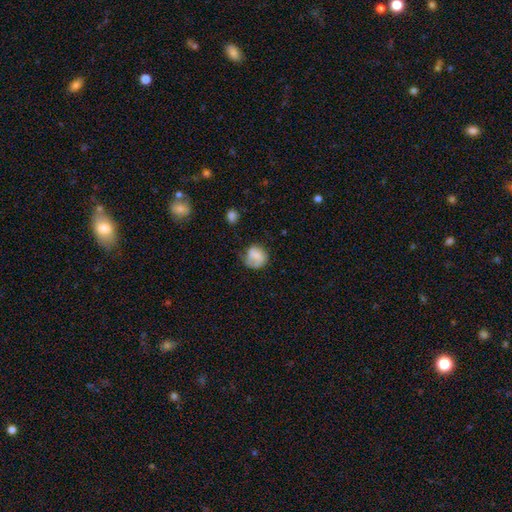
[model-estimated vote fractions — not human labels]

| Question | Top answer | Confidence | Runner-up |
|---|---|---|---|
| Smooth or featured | smooth | 68% | featured or disk (24%) |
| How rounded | round | 75% | in between (24%) |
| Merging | none | 51% | minor disturbance (28%) |